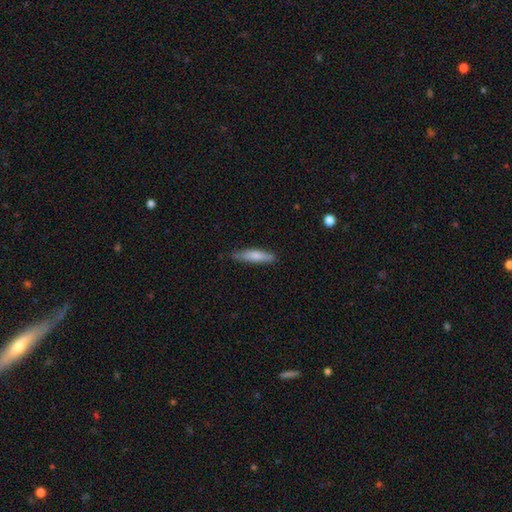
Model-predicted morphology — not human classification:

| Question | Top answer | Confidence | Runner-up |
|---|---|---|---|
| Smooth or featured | smooth | 76% | featured or disk (18%) |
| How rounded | cigar-shaped | 78% | in between (21%) |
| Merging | none | 80% | minor disturbance (16%) |